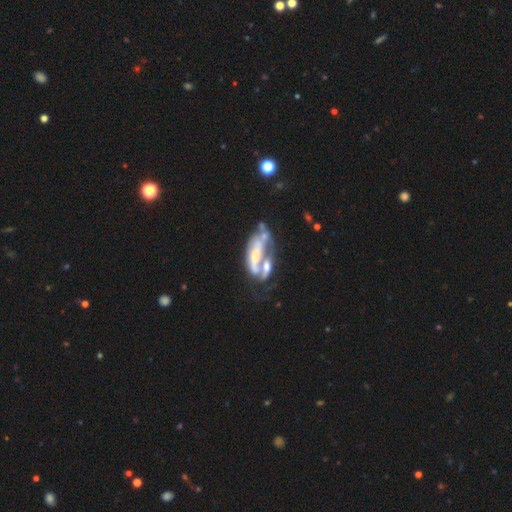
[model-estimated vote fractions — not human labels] A featured or disk galaxy (67%) with no bar (53%), no spiral arms (52%) and a moderate central bulge (39%). Merging: merger (50%).